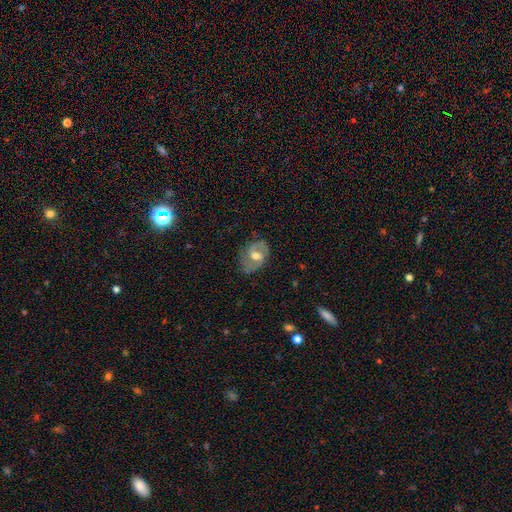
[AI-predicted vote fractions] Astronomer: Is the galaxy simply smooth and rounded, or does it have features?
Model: featured or disk — 67%.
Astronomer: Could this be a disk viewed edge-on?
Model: no — 96%.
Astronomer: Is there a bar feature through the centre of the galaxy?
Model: weak — 49% (runner-up: no, 36%).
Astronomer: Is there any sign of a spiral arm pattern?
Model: yes — 81%.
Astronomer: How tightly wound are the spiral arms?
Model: medium — 49% (runner-up: tight, 28%).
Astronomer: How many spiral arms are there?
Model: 2 — 79%.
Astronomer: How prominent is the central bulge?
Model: moderate — 66%.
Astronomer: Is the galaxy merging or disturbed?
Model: none — 67%.